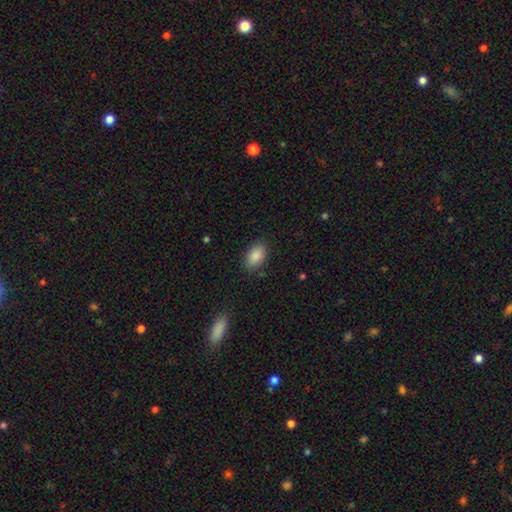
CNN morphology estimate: smooth-or-featured: smooth: 88% | star or artifact: 7% | featured or disk: 5%
  how-rounded: in between: 91% | round: 8% | cigar-shaped: 2%
  merging: none: 84% | minor disturbance: 11% | major disturbance: 3% | merger: 1%